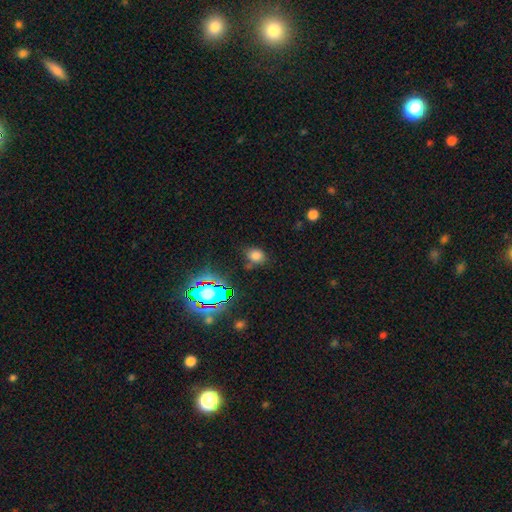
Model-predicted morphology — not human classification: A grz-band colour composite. It shows a smooth galaxy with no disk features (72%) that is in between round and cigar-shaped (52%). Merging: none (72%).